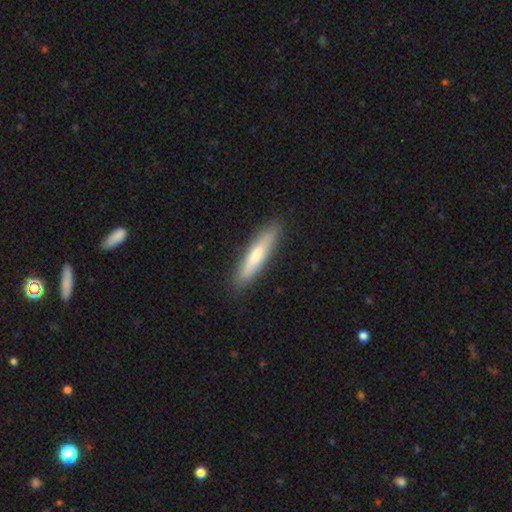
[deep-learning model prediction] smooth_or_featured: smooth (p=0.70) [alt: featured or disk p=0.25]
how_rounded: cigar-shaped (p=0.89) [alt: in between p=0.10]
merging: none (p=0.90) [alt: minor disturbance p=0.08]